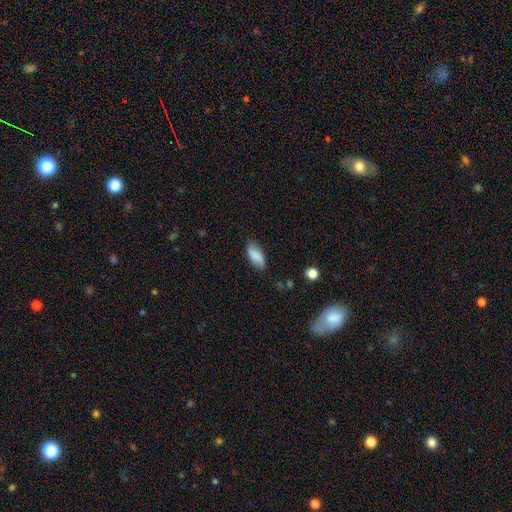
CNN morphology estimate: This is clearly a smooth galaxy (82%). How rounded: clearly in between (86%). Merging: likely none (79%).